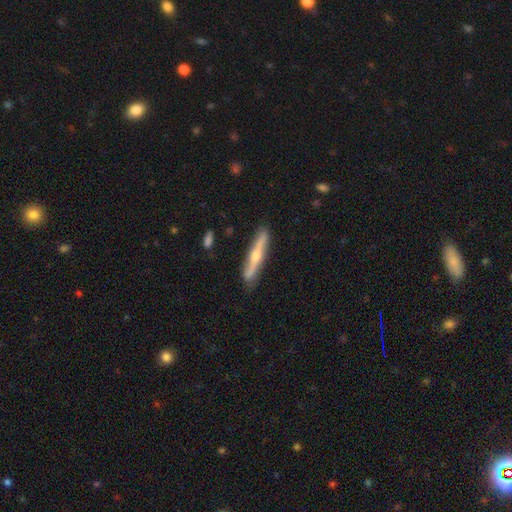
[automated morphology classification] A featured or disk galaxy (66%) viewed edge-on (92%) with a rounded central bulge (87%).

Vote fractions:
- Smooth or featured? featured or disk: 66% / smooth: 29% / star or artifact: 5%
- Edge-on disk? yes: 92% / no: 8%
- Edge-on bulge? rounded: 87% / none: 9% / boxy: 4%
- Merging? none: 84% / minor disturbance: 13% / major disturbance: 2% / merger: 2%